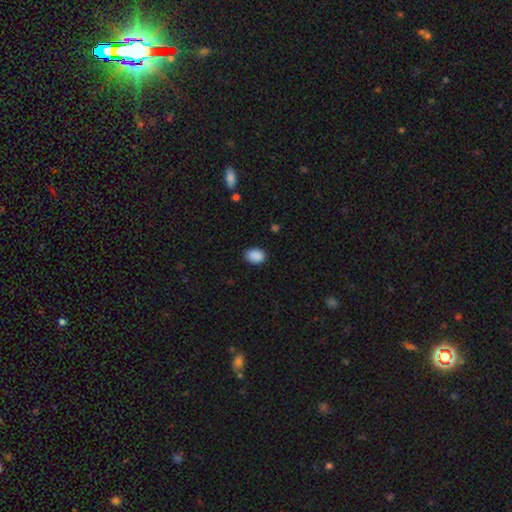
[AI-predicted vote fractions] A smooth galaxy with no disk features (90%) that is in between round and cigar-shaped (74%).

Vote fractions:
- Smooth or featured? smooth: 90% / star or artifact: 8% / featured or disk: 2%
- How rounded? in between: 74% / round: 25% / cigar-shaped: 1%
- Merging? none: 87% / minor disturbance: 10% / major disturbance: 2% / merger: 1%